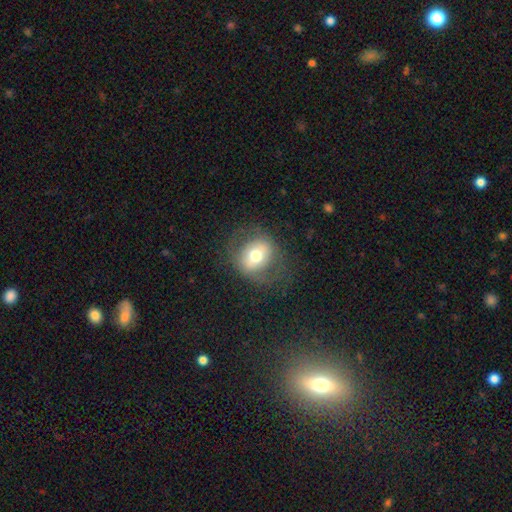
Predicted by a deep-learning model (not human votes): This appears to be a smooth galaxy with no disk features (57%) that is round (68%). Merging: none (73%).